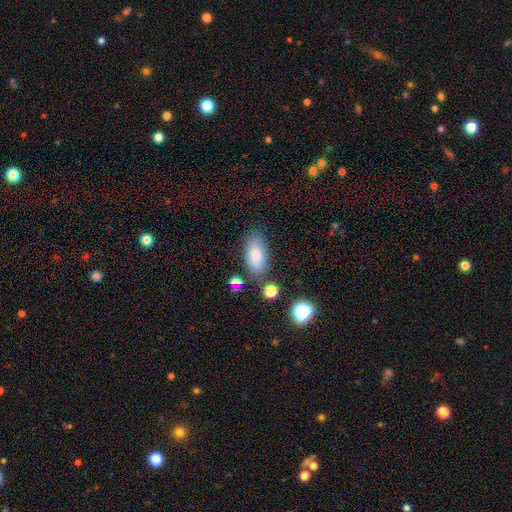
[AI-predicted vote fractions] The model was most divided on "merging": none: 73%, minor disturbance: 16%, merger: 6%, major disturbance: 5%. More confident: how rounded — in between (89%); smooth or featured — smooth (83%).